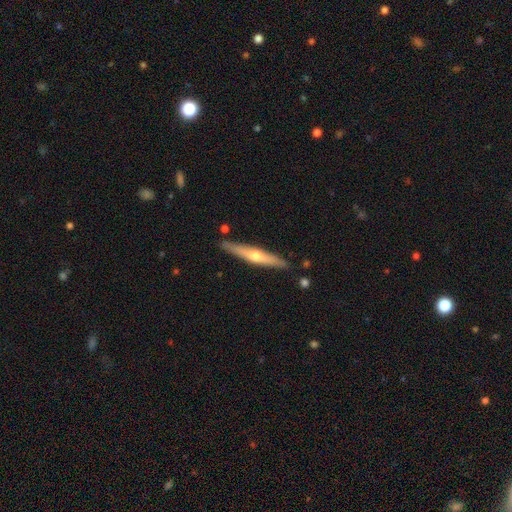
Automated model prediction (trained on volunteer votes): Q: Smooth or featured?
A: featured or disk (58%); runner-up: smooth (37%)
Q: Edge-on disk?
A: yes (94%); runner-up: no (6%)
Q: Edge-on bulge?
A: rounded (85%); runner-up: none (12%)
Q: Merging?
A: none (86%); runner-up: minor disturbance (9%)